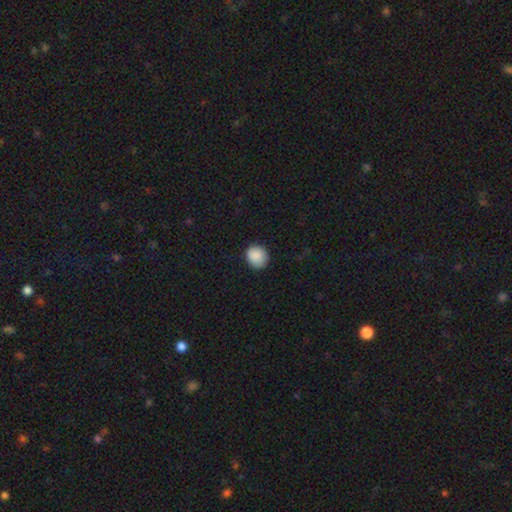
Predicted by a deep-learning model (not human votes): A smooth galaxy with no disk features (89%) that is round (81%).

Vote fractions:
- Smooth or featured? smooth: 89% / star or artifact: 8% / featured or disk: 3%
- How rounded? round: 81% / in between: 18% / cigar-shaped: 1%
- Merging? none: 85% / minor disturbance: 12% / major disturbance: 2% / merger: 1%